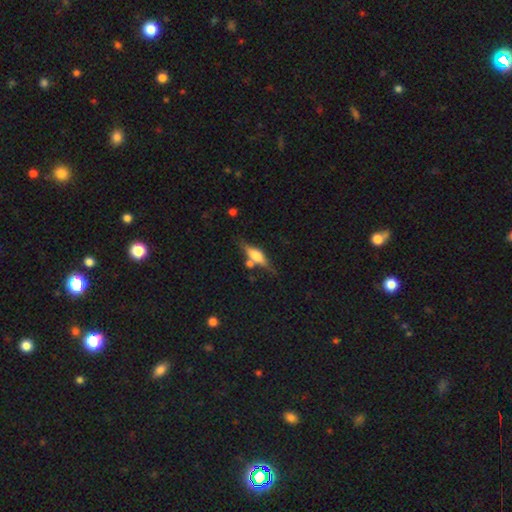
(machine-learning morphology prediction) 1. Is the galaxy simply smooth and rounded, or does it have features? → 57% featured or disk, 35% smooth, 8% star or artifact.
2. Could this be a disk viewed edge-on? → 93% yes, 7% no.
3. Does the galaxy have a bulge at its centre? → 77% rounded, 19% boxy, 4% none.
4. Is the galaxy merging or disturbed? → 69% none, 15% minor disturbance, 11% merger, 5% major disturbance.